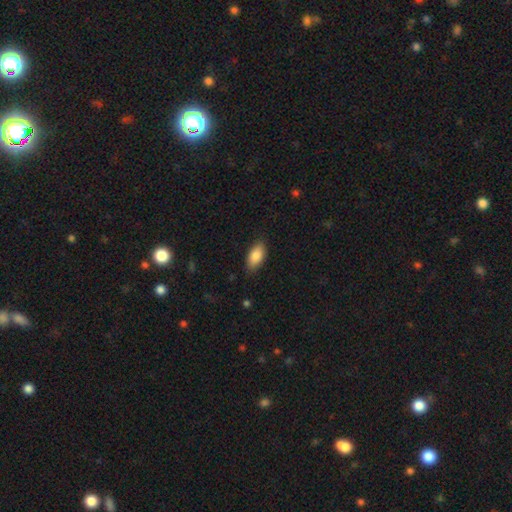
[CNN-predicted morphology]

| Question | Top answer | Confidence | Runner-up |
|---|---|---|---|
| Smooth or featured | smooth | 85% | featured or disk (8%) |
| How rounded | in between | 92% | cigar-shaped (5%) |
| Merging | none | 85% | minor disturbance (12%) |